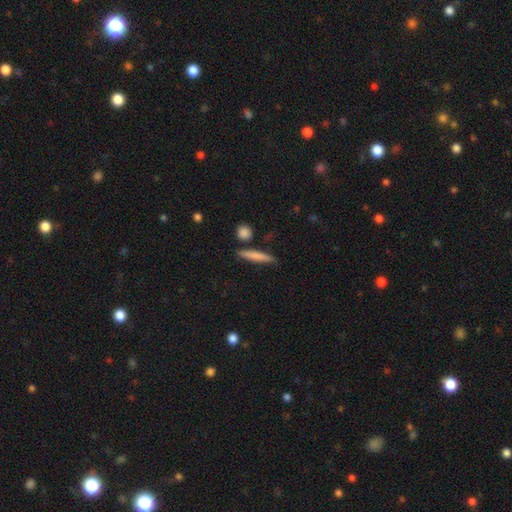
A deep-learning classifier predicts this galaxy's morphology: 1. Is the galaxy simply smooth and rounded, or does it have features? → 74% smooth, 20% featured or disk, 6% star or artifact.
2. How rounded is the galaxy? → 87% cigar-shaped, 10% in between, 3% round.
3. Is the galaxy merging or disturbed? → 81% none, 11% minor disturbance, 5% merger, 3% major disturbance.